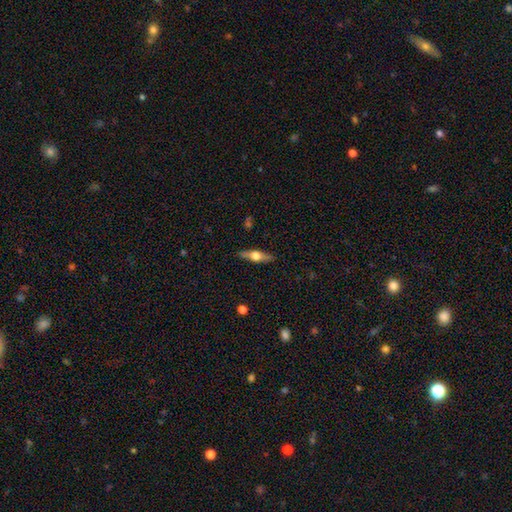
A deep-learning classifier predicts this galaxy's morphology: A featured or disk galaxy (56%) viewed edge-on (93%) with a rounded central bulge (94%).

Vote fractions:
- Smooth or featured? featured or disk: 56% / smooth: 38% / star or artifact: 6%
- Edge-on disk? yes: 93% / no: 7%
- Edge-on bulge? rounded: 94% / boxy: 5% / none: 2%
- Merging? none: 87% / minor disturbance: 9% / major disturbance: 2% / merger: 1%